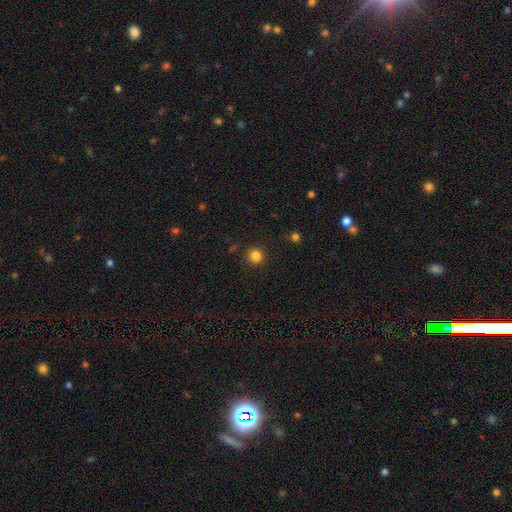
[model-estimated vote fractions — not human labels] Overall: smooth (84%). How rounded: round (93%). Merging: none (91%).